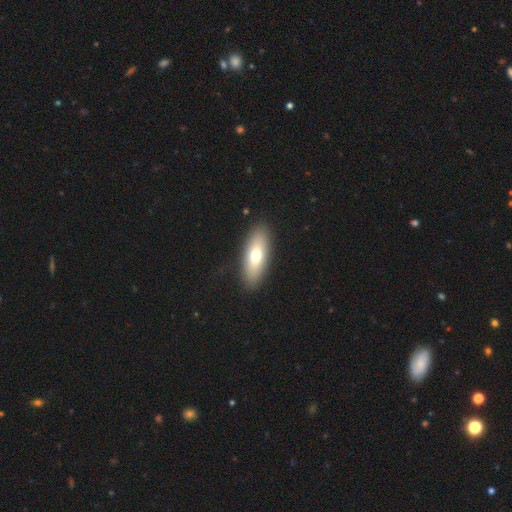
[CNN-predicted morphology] Smooth or featured? Predicted: smooth (p=0.68). How rounded? Predicted: in between (p=0.68). Merging? Predicted: none (p=0.88).